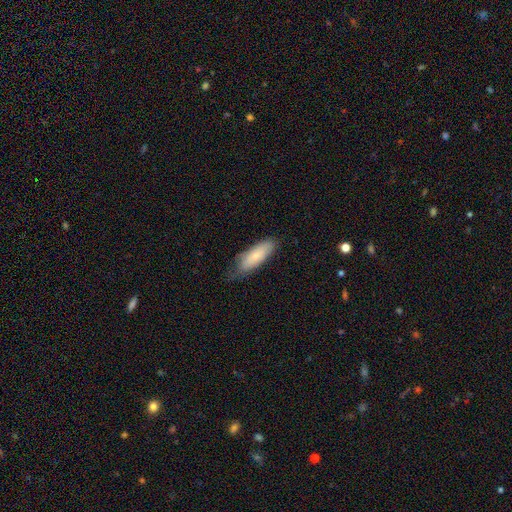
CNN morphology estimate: The model was most divided on "how rounded": in between: 61%, cigar-shaped: 37%, round: 2%. More confident: smooth or featured — smooth (73%); merging — none (64%).